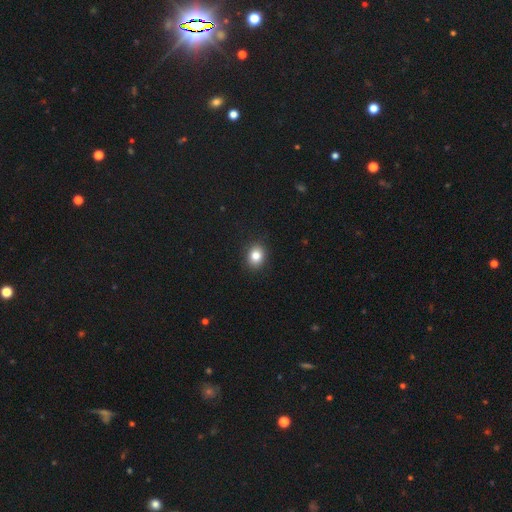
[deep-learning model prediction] smooth 83%, star or artifact 10%, featured or disk 6%. Down the decision tree: how rounded — round (54%); merging — none (90%).